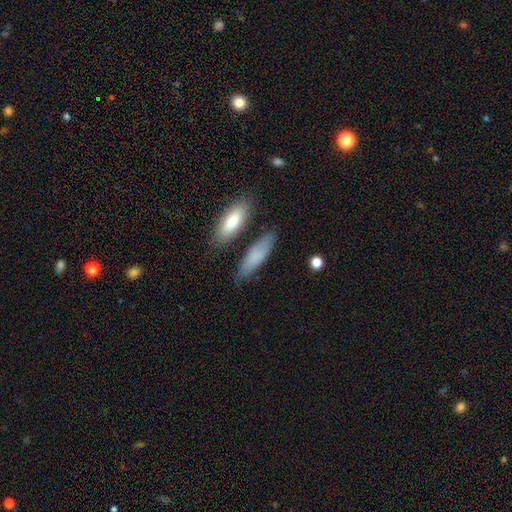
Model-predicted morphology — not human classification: Smooth or featured: smooth — 78% (featured or disk — 16%)
How rounded: cigar-shaped — 54% (in between — 44%)
Merging: none — 77% (minor disturbance — 14%)